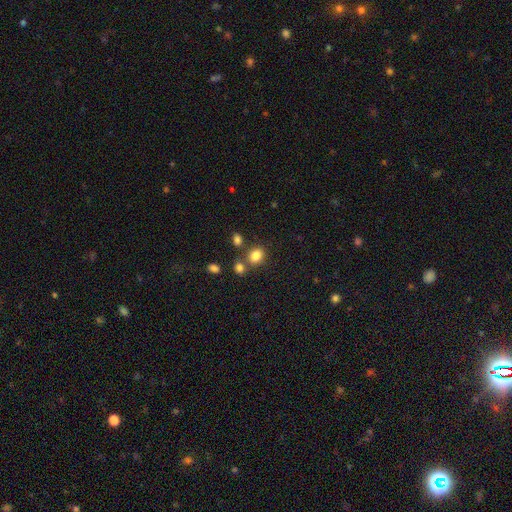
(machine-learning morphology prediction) Smooth or featured? smooth (83%)
How rounded? round (55%)
Merging? none (66%)